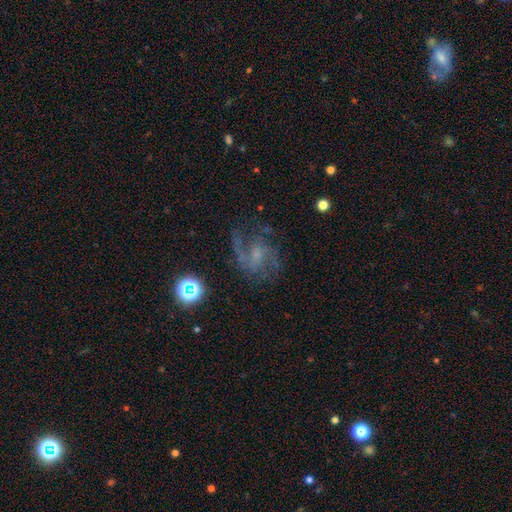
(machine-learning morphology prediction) type=featured or disk (72%); edge-on=no (98%); bar=no (50%); spiral arms=yes (89%); winding=medium (45%); arm count=2 (46%); bulge=small (43%); merging=none (56%).